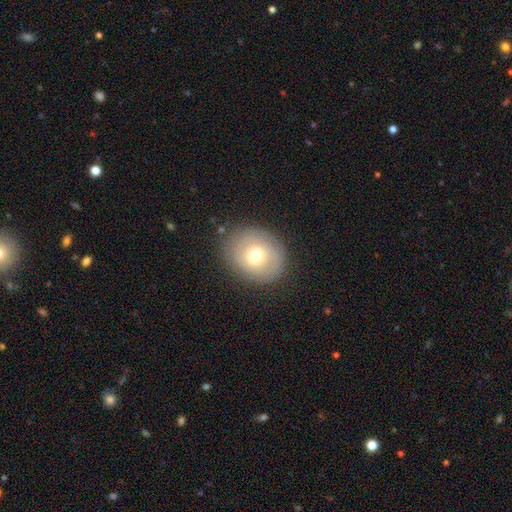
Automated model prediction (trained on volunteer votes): This appears to be a smooth galaxy with no disk features (57%) that is round (57%). Merging: none (81%).